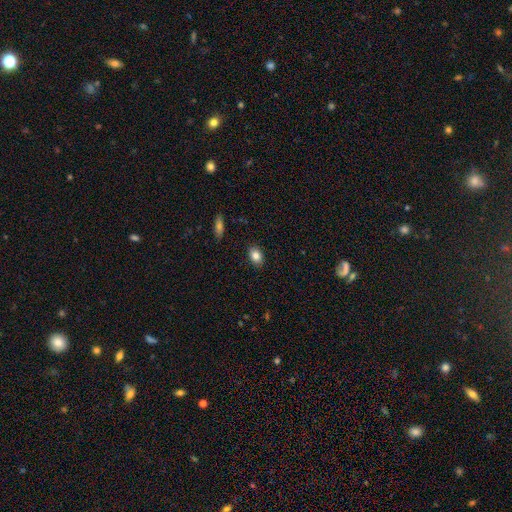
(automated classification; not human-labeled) smooth-or-featured: smooth: 83% | star or artifact: 8% | featured or disk: 8%
  how-rounded: in between: 78% | round: 20% | cigar-shaped: 1%
  merging: none: 89% | minor disturbance: 8% | major disturbance: 2% | merger: 1%